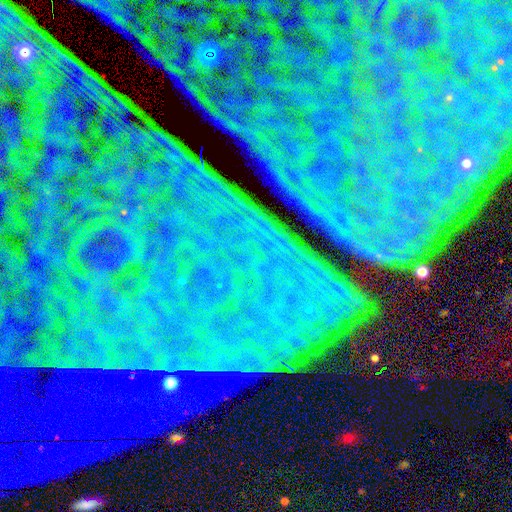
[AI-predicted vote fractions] Morphology: type=star or artifact (87%).